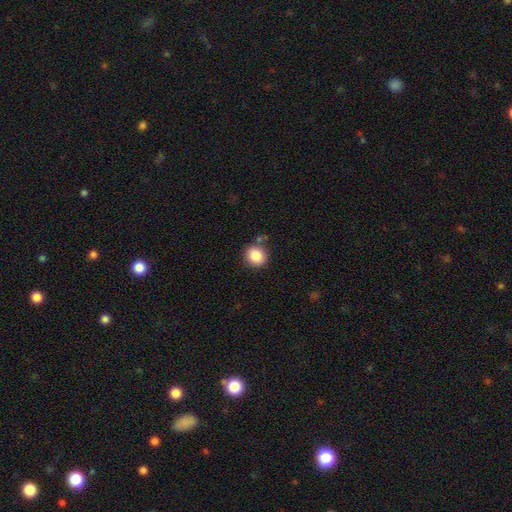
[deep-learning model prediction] Smooth or featured: smooth — 85% (star or artifact — 10%)
How rounded: round — 86% (in between — 13%)
Merging: none — 81% (minor disturbance — 11%)